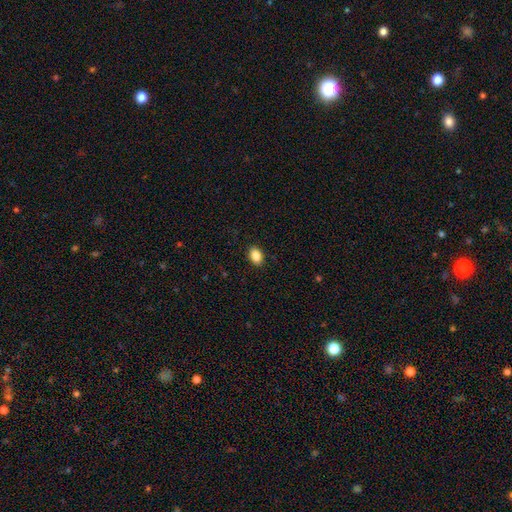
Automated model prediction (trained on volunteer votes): A smooth galaxy with no disk features (88%) that is in between round and cigar-shaped (81%).

Vote fractions:
- Smooth or featured? smooth: 88% / star or artifact: 8% / featured or disk: 4%
- How rounded? in between: 81% / round: 18% / cigar-shaped: 1%
- Merging? none: 90% / minor disturbance: 7% / major disturbance: 2% / merger: 1%